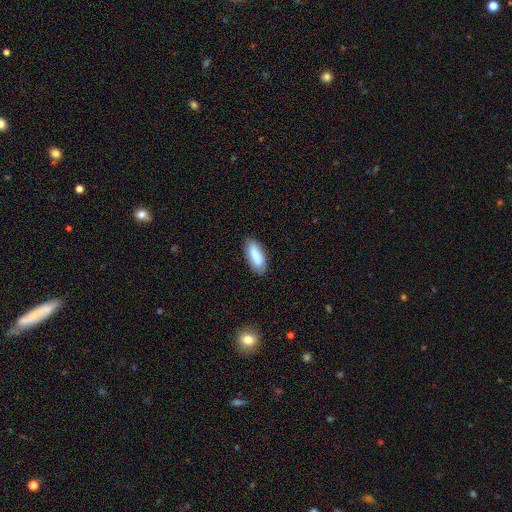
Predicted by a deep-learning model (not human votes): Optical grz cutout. It shows a smooth galaxy with no disk features (85%) that is in between round and cigar-shaped (79%). Merging: none (85%).